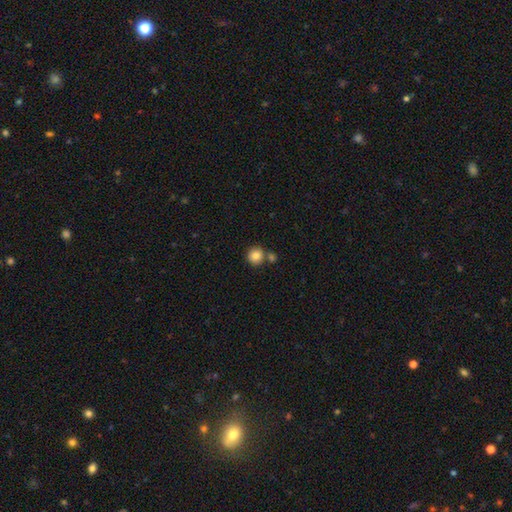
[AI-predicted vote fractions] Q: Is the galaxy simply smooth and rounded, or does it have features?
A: smooth — 84%.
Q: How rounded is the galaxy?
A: round — 92%.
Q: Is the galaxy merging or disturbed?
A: none — 70%.